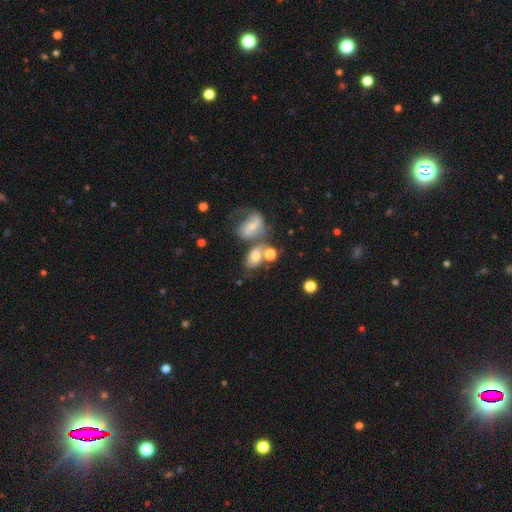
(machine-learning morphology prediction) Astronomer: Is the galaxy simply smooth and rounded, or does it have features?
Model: smooth — 53% (runner-up: featured or disk, 35%).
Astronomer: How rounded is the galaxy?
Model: in between — 70%.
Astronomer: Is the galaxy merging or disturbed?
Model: merger — 39% (runner-up: none, 36%).